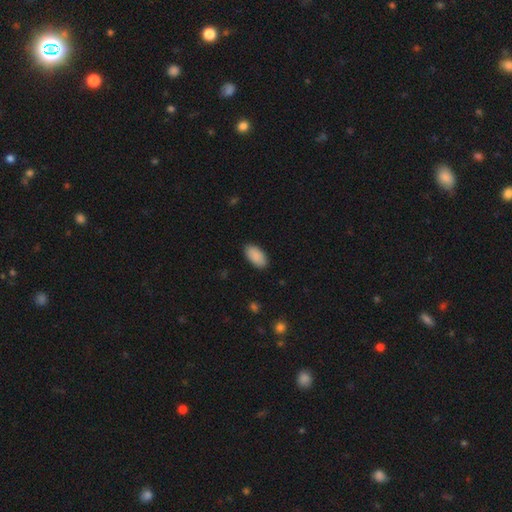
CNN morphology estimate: Q: Smooth or featured?
A: smooth (90%); runner-up: star or artifact (6%)
Q: How rounded?
A: in between (95%); runner-up: cigar-shaped (3%)
Q: Merging?
A: none (88%); runner-up: minor disturbance (9%)